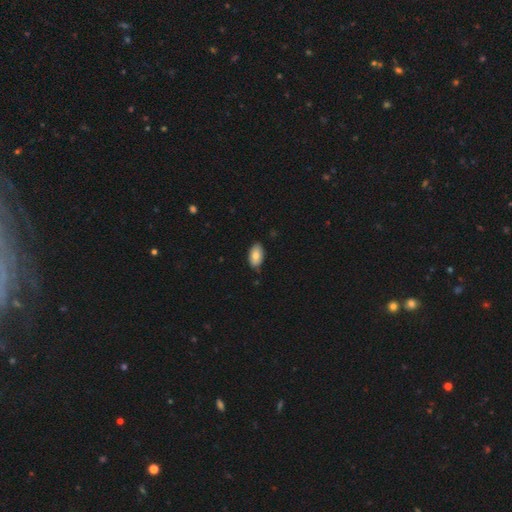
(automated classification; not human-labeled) A smooth galaxy with no disk features (77%) that is in between round and cigar-shaped (94%).

Vote fractions:
- Smooth or featured? smooth: 77% / featured or disk: 16% / star or artifact: 7%
- How rounded? in between: 94% / round: 4% / cigar-shaped: 2%
- Merging? none: 81% / minor disturbance: 16% / major disturbance: 2% / merger: 1%